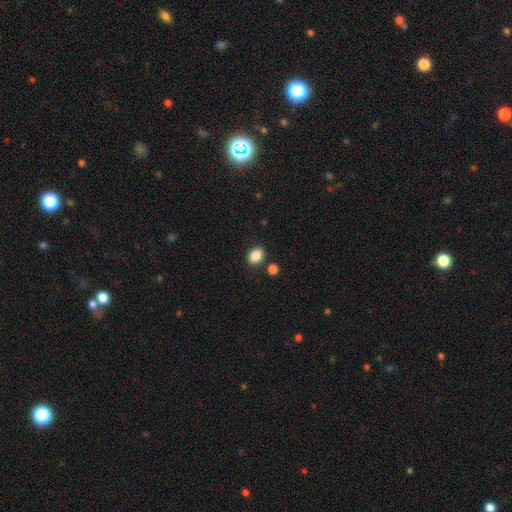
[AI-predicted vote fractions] A smooth galaxy with no disk features (86%) that is in between round and cigar-shaped (50%). Merging: none (83%).